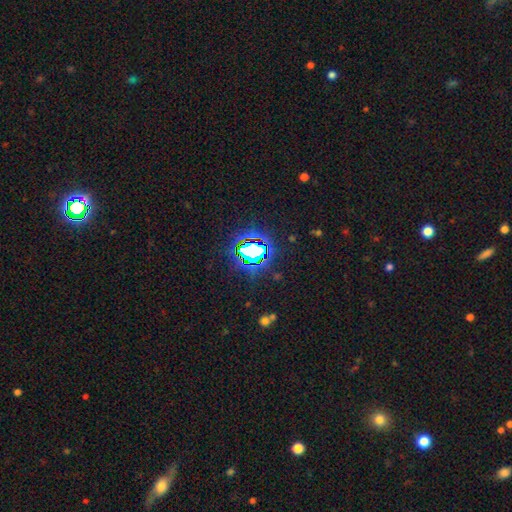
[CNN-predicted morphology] smooth_or_featured: star or artifact (p=0.81) [alt: smooth p=0.12]